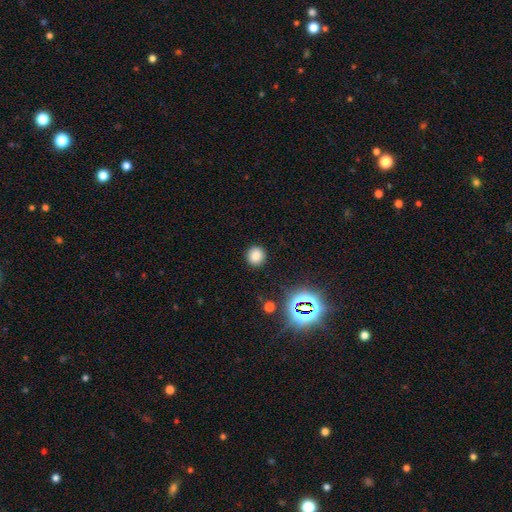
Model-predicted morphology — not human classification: Smooth or featured? smooth (79%)
How rounded? round (92%)
Merging? none (91%)